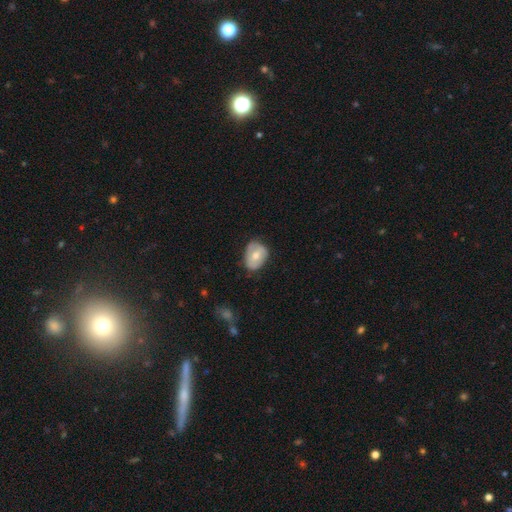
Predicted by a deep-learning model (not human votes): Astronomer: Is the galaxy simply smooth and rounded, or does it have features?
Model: smooth — 57% (runner-up: featured or disk, 36%).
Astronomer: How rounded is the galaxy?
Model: in between — 68%.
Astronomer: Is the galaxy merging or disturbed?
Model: none — 65%.